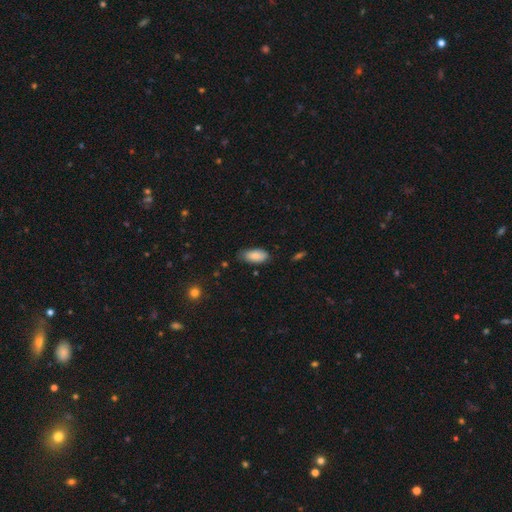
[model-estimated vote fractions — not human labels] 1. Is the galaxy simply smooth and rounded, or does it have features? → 85% smooth, 8% featured or disk, 7% star or artifact.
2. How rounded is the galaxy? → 91% in between, 6% cigar-shaped, 2% round.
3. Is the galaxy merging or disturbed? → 68% none, 27% minor disturbance, 4% major disturbance, 2% merger.